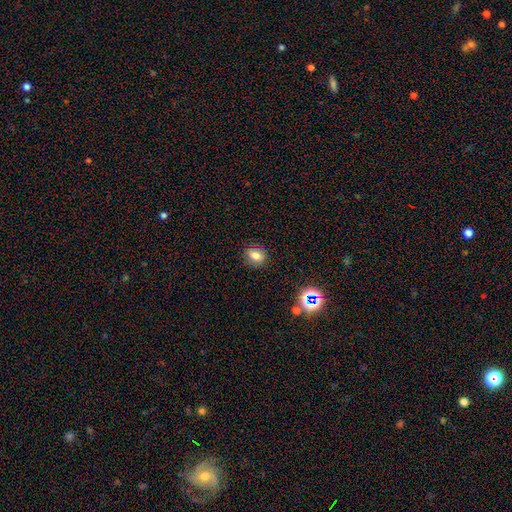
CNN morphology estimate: A smooth galaxy with no disk features (74%) that is in between round and cigar-shaped (50%). Merging: none (85%).